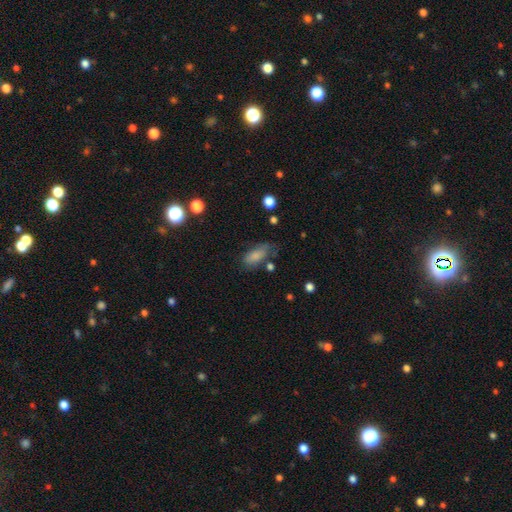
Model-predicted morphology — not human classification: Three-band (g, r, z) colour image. It shows a smooth galaxy with no disk features (80%) that is in between round and cigar-shaped (84%). Merging: none (51%).